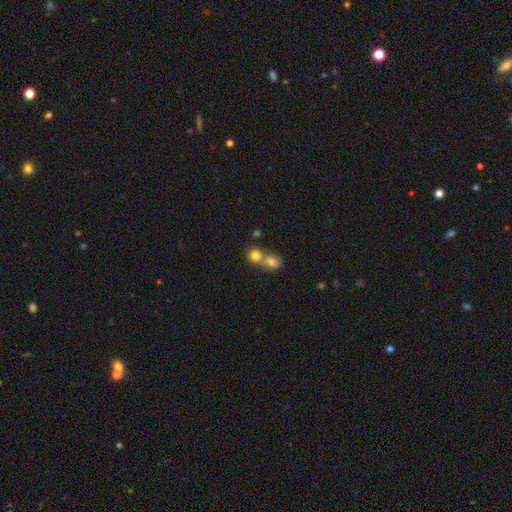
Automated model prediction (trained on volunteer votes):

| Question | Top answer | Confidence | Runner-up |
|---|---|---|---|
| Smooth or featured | smooth | 79% | star or artifact (12%) |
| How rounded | round | 81% | in between (18%) |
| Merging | merger | 54% | none (37%) |